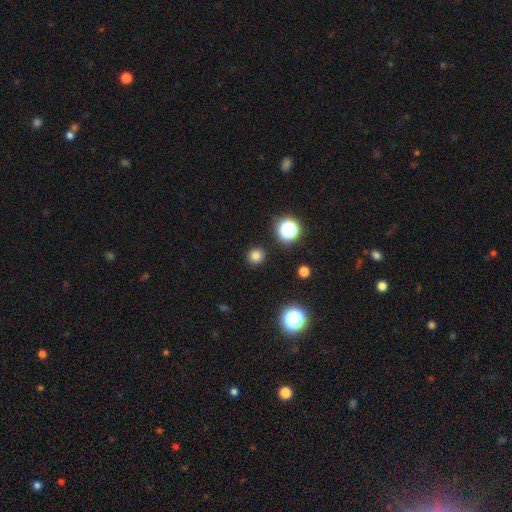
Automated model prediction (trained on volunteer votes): smooth_or_featured: smooth (p=0.79) [alt: star or artifact p=0.17]
how_rounded: round (p=0.92) [alt: in between p=0.07]
merging: none (p=0.91) [alt: minor disturbance p=0.06]